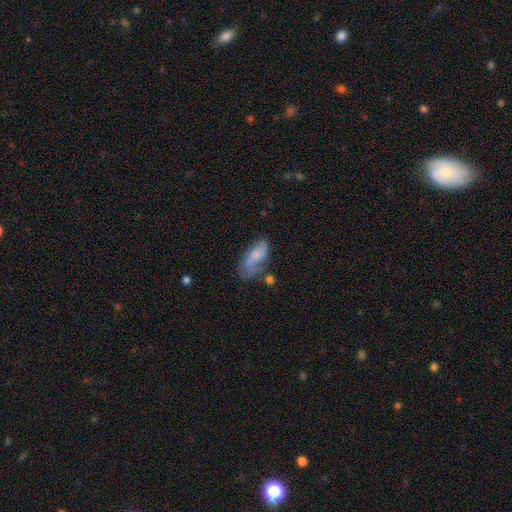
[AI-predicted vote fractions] Smooth or featured?
  - smooth: 58% *
  - featured or disk: 33%
  - star or artifact: 8%
How rounded?
  - in between: 83% *
  - cigar-shaped: 14%
  - round: 3%
Merging?
  - none: 38% *
  - minor disturbance: 30%
  - major disturbance: 21%
  - merger: 12%